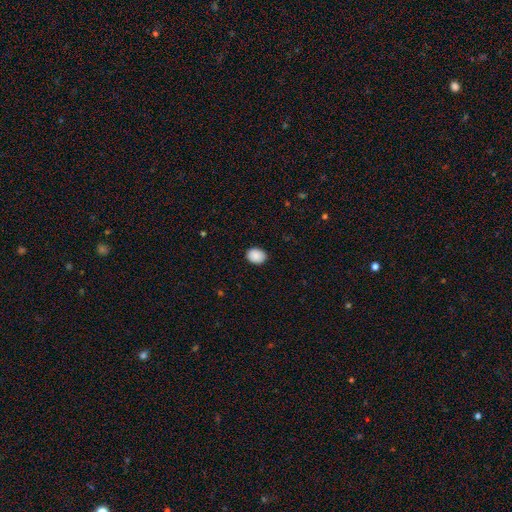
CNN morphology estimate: smooth-or-featured: smooth: 90% | star or artifact: 8% | featured or disk: 3%
  how-rounded: in between: 55% | round: 44% | cigar-shaped: 1%
  merging: none: 89% | minor disturbance: 8% | major disturbance: 2% | merger: 1%